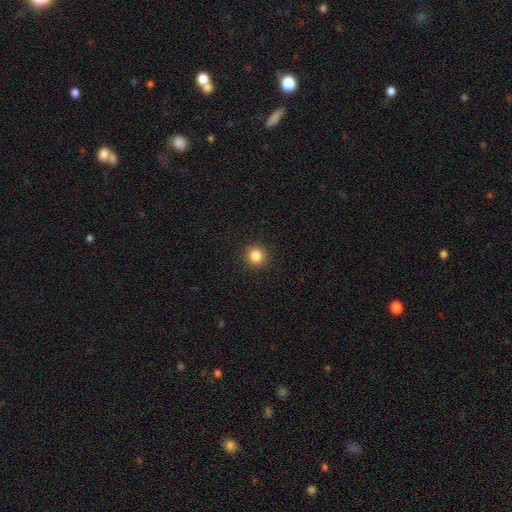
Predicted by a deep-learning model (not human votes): smooth-or-featured: smooth: 84% | star or artifact: 11% | featured or disk: 4%
  how-rounded: round: 94% | in between: 5% | cigar-shaped: 1%
  merging: none: 93% | minor disturbance: 4% | major disturbance: 2% | merger: 1%